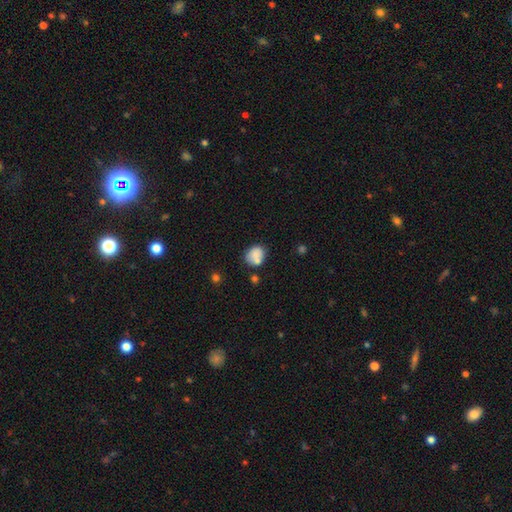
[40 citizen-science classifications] smooth 72%, featured or disk 20%, star or artifact 8%. Down the decision tree: how rounded — round (55%); merging — none (38%).